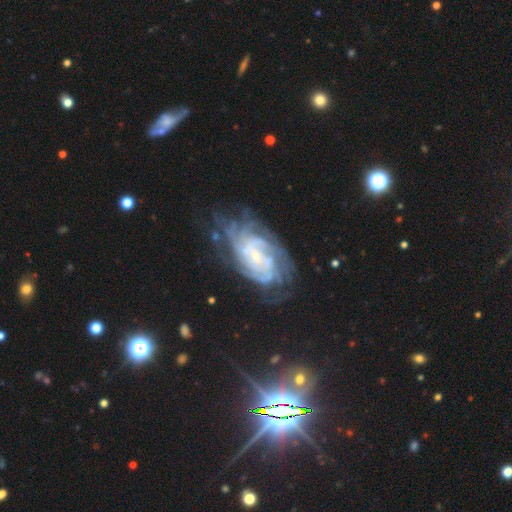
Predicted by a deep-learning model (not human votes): Smooth or featured? Predicted: featured or disk (p=0.87). Edge-on disk? Predicted: no (p=0.96). Bar? Predicted: no (p=0.63). Spiral arms? Predicted: yes (p=0.97). Spiral winding? Predicted: tight (p=0.69). Spiral arm count? Predicted: can't tell (p=0.34). Bulge size? Predicted: small (p=0.76). Merging? Predicted: none (p=0.65).